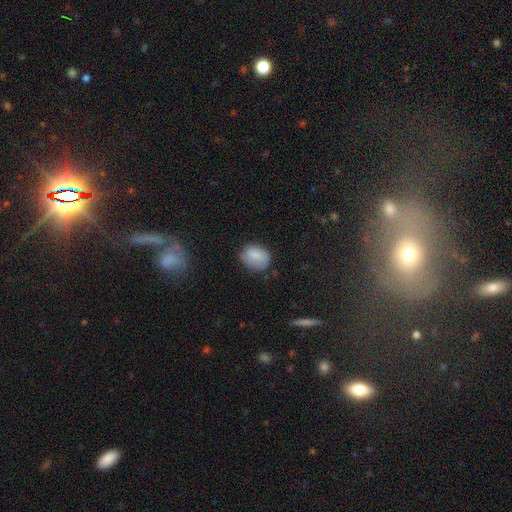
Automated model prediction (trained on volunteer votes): smooth-or-featured: smooth: 84% | star or artifact: 8% | featured or disk: 7%
  how-rounded: in between: 55% | round: 44% | cigar-shaped: 1%
  merging: none: 71% | minor disturbance: 22% | major disturbance: 5% | merger: 2%